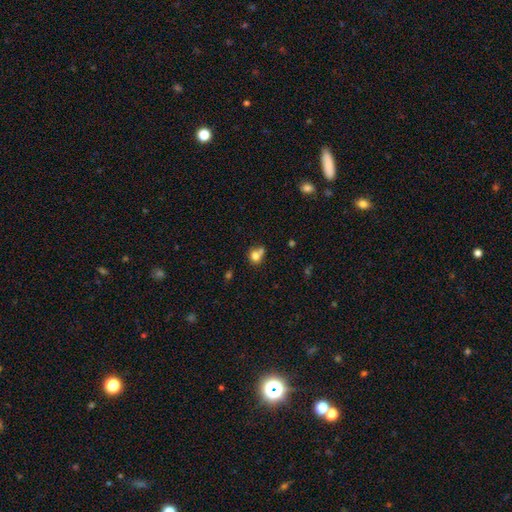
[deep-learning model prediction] Q: Smooth or featured?
A: smooth (77%); runner-up: star or artifact (11%)
Q: How rounded?
A: round (78%); runner-up: in between (21%)
Q: Merging?
A: none (44%); runner-up: merger (38%)